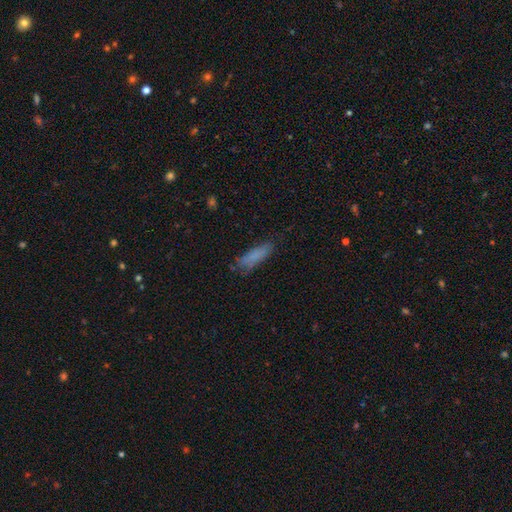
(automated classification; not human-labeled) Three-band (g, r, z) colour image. It shows a smooth galaxy with no disk features (78%) that is cigar-shaped (60%). Merging: none (66%).